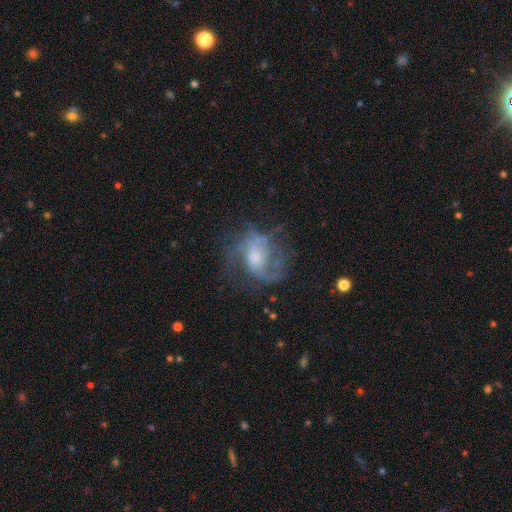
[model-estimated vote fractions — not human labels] A featured or disk galaxy (76%) with no bar (53%), 2 (55%) medium (47%) spiral arms (87%) and a moderate central bulge (42%). Merging: none (52%).